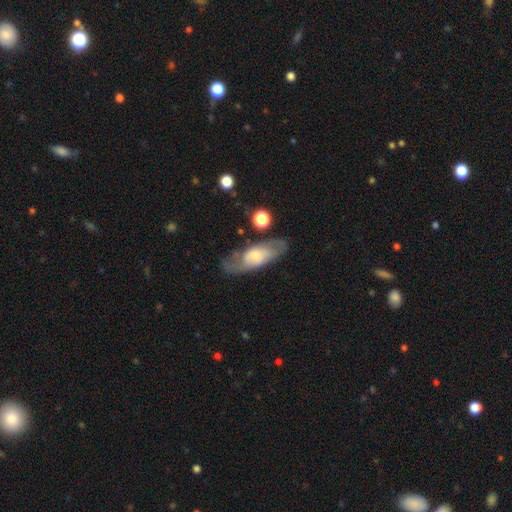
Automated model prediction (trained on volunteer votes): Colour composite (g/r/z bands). It shows a featured or disk galaxy (51%). Merging: none (59%).